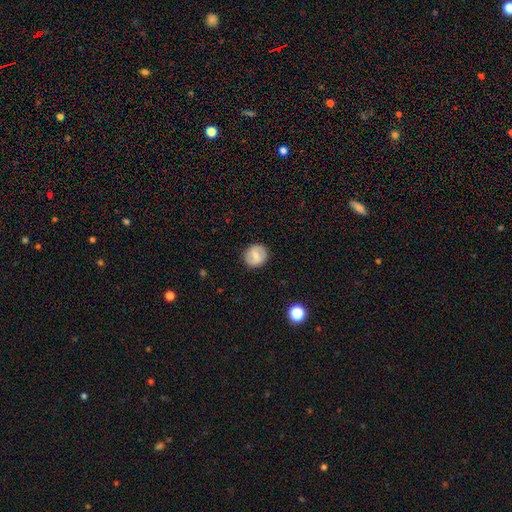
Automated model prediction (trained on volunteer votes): Smooth or featured? Predicted: smooth (p=0.57). How rounded? Predicted: round (p=0.84). Merging? Predicted: none (p=0.88).